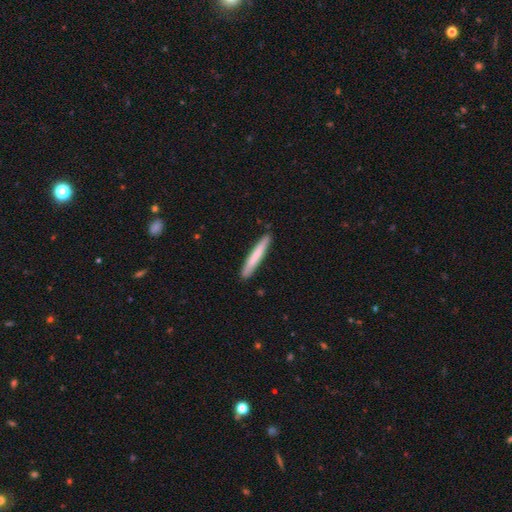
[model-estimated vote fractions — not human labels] smooth-or-featured: smooth: 72% | featured or disk: 22% | star or artifact: 5%
  how-rounded: cigar-shaped: 95% | in between: 4% | round: 1%
  merging: none: 89% | minor disturbance: 8% | major disturbance: 1% | merger: 1%